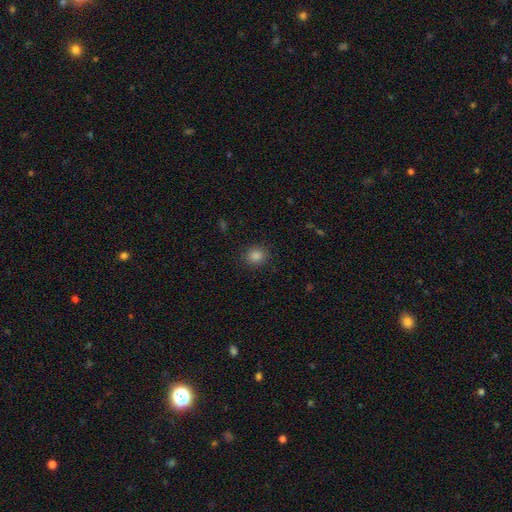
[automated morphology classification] This appears to be a smooth galaxy with no disk features (83%) that is round (80%). Merging: none (89%).